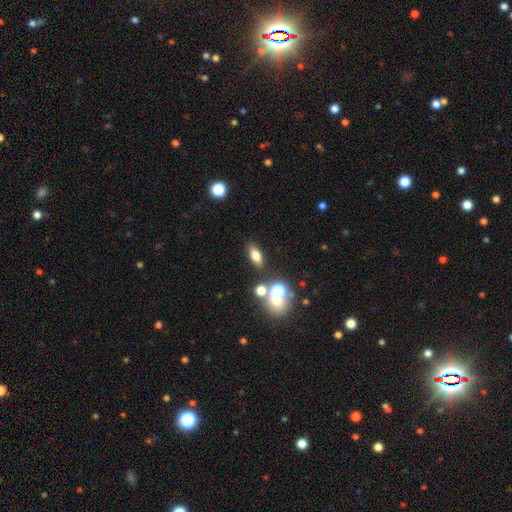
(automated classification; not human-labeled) Smooth or featured?
  - smooth: 68% *
  - featured or disk: 18%
  - star or artifact: 14%
How rounded?
  - in between: 72% *
  - cigar-shaped: 16%
  - round: 12%
Merging?
  - none: 80% *
  - minor disturbance: 9%
  - merger: 8%
  - major disturbance: 3%